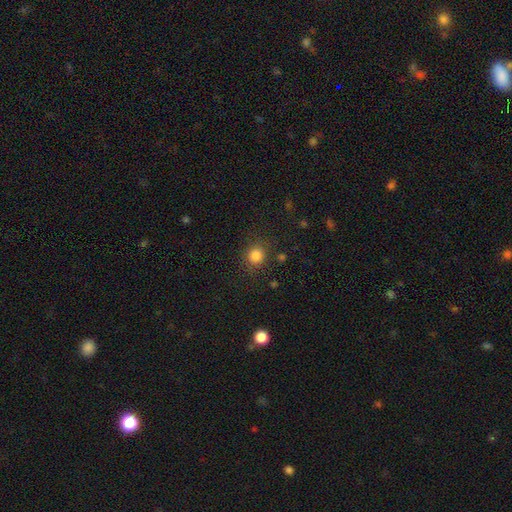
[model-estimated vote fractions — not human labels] Smooth or featured? Predicted: smooth (p=0.84). How rounded? Predicted: round (p=0.87). Merging? Predicted: none (p=0.84).